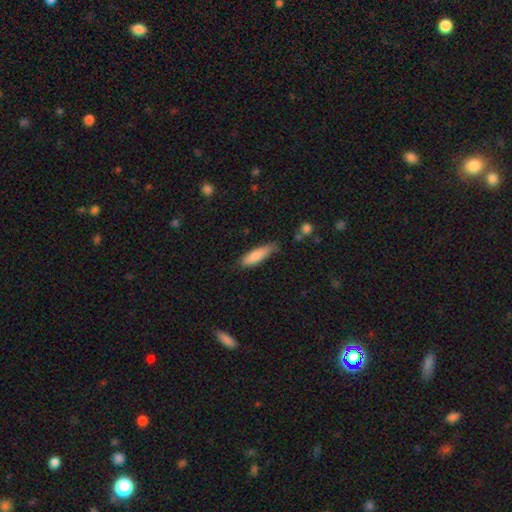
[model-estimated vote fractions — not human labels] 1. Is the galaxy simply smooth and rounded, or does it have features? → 84% smooth, 10% featured or disk, 6% star or artifact.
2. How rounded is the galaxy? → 58% cigar-shaped, 41% in between, 2% round.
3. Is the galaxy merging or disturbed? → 65% none, 28% minor disturbance, 5% major disturbance, 2% merger.